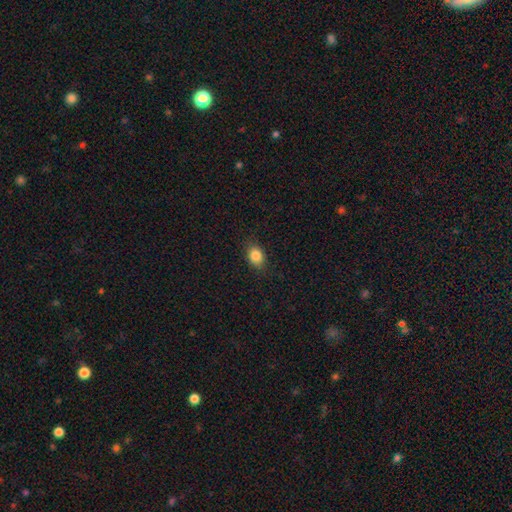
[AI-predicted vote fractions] Smooth or featured?
  - smooth: 85% *
  - star or artifact: 9%
  - featured or disk: 5%
How rounded?
  - in between: 61% *
  - round: 38%
  - cigar-shaped: 1%
Merging?
  - none: 84% *
  - minor disturbance: 12%
  - major disturbance: 3%
  - merger: 1%